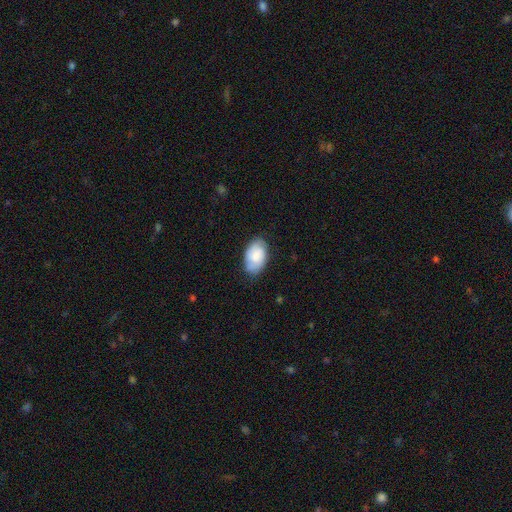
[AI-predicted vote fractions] smooth 75%, featured or disk 19%, star or artifact 6%. Down the decision tree: how rounded — in between (92%); merging — none (79%).